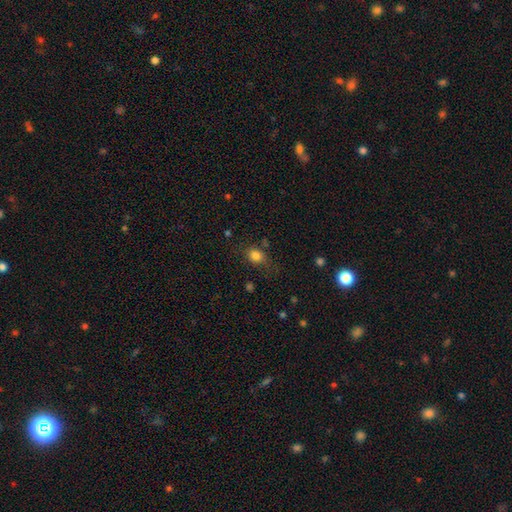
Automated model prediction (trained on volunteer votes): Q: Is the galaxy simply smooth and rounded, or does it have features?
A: smooth — 81%.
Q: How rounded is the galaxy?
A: in between — 50%.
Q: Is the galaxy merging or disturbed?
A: none — 69%.